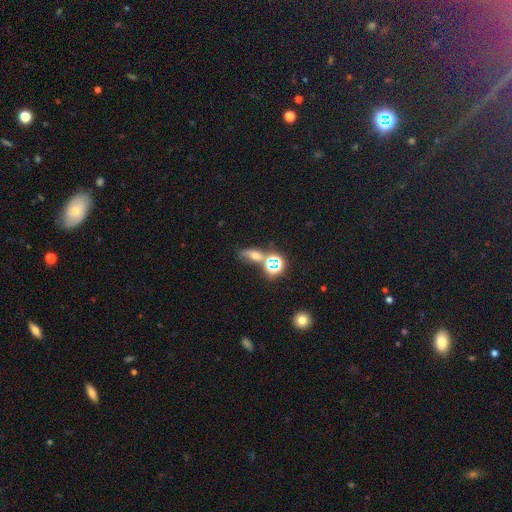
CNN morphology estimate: Smooth or featured? smooth (48%)
Merging? none (47%)